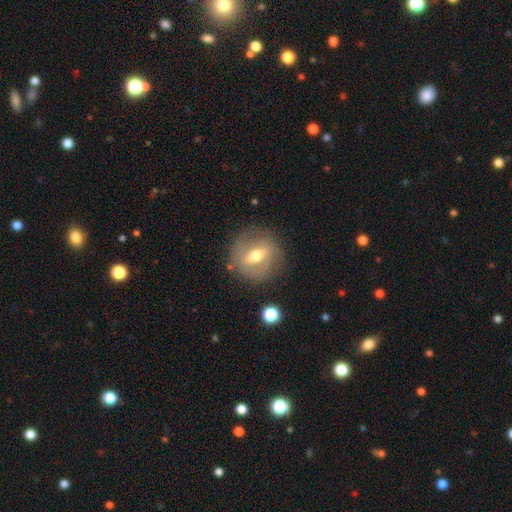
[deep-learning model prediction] Smooth or featured: featured or disk — 55% (smooth — 36%)
Edge-on disk: no — 85% (yes — 15%)
Merging: none — 81% (minor disturbance — 13%)